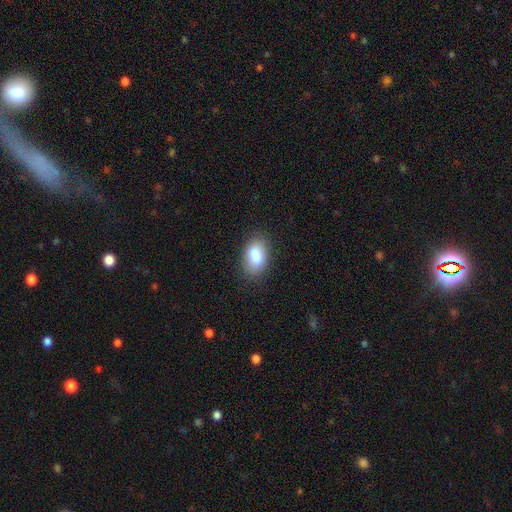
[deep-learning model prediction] Morphology: type=smooth (85%); roundness=in between (91%); merging=none (82%).